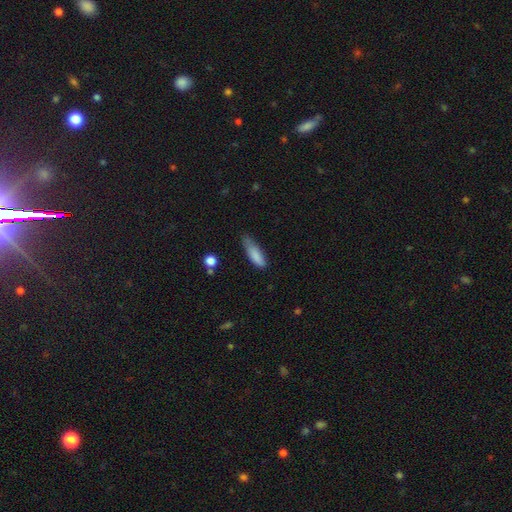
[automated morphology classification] smooth 84%, featured or disk 9%, star or artifact 7%. Down the decision tree: how rounded — in between (52%); merging — minor disturbance (44%).